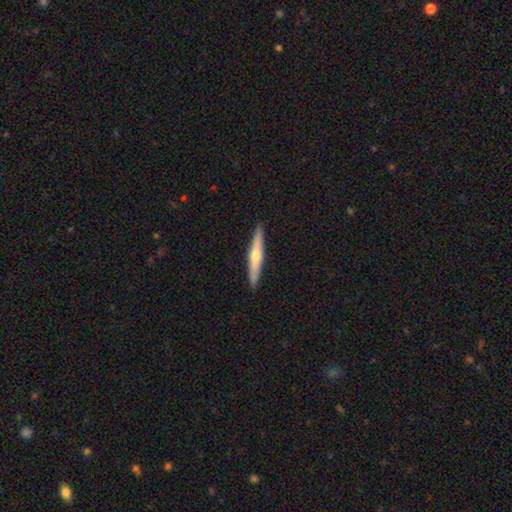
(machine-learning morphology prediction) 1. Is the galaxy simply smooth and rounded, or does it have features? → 57% featured or disk, 38% smooth, 5% star or artifact.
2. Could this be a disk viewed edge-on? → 96% yes, 4% no.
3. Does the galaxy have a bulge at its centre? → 88% rounded, 9% none, 3% boxy.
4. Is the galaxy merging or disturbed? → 92% none, 6% minor disturbance, 1% major disturbance, 1% merger.